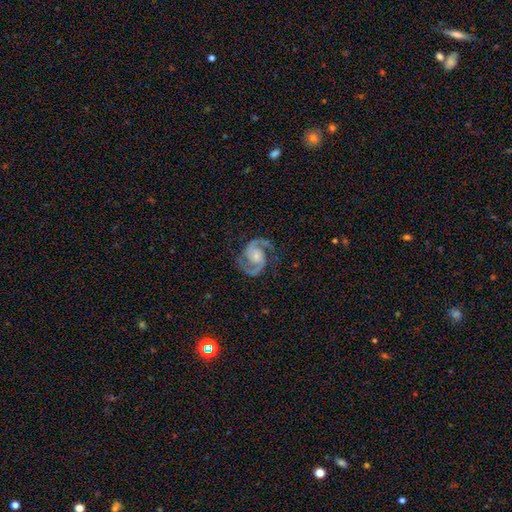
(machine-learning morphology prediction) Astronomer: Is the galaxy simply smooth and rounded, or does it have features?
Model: featured or disk — 93%.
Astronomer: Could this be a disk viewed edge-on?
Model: no — 98%.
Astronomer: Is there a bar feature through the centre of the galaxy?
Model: no — 61%.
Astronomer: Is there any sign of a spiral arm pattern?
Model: yes — 98%.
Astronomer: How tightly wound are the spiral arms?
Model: medium — 65%.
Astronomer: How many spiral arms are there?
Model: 2 — 94%.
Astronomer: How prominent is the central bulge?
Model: small — 50% (runner-up: moderate, 36%).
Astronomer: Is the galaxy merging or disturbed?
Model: none — 81%.